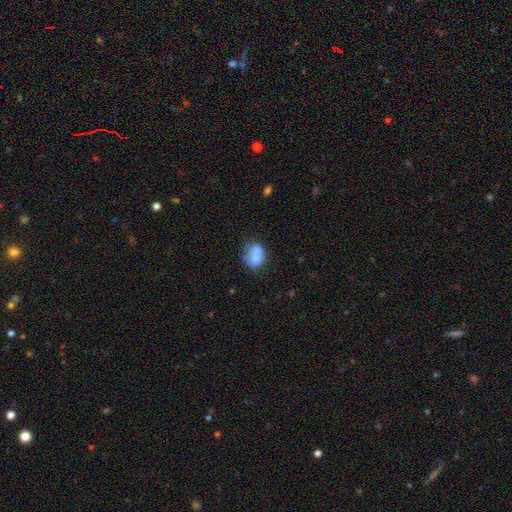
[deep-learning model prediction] A smooth galaxy with no disk features (65%) that is in between round and cigar-shaped (51%).

Vote fractions:
- Smooth or featured? smooth: 65% / featured or disk: 26% / star or artifact: 9%
- How rounded? in between: 51% / round: 48% / cigar-shaped: 1%
- Merging? merger: 50% / none: 31% / minor disturbance: 13% / major disturbance: 6%